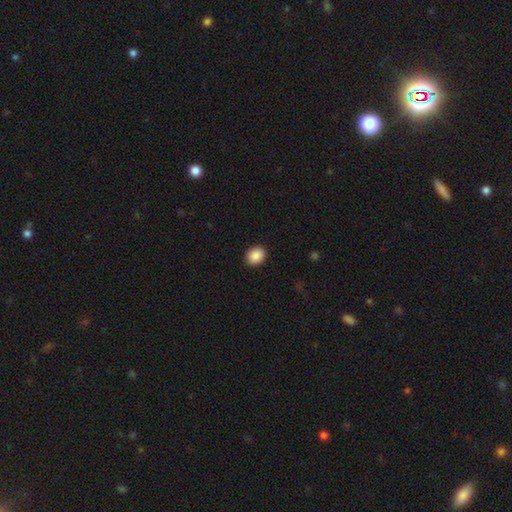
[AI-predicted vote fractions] A smooth galaxy with no disk features (89%) that is round (52%). Merging: none (91%).